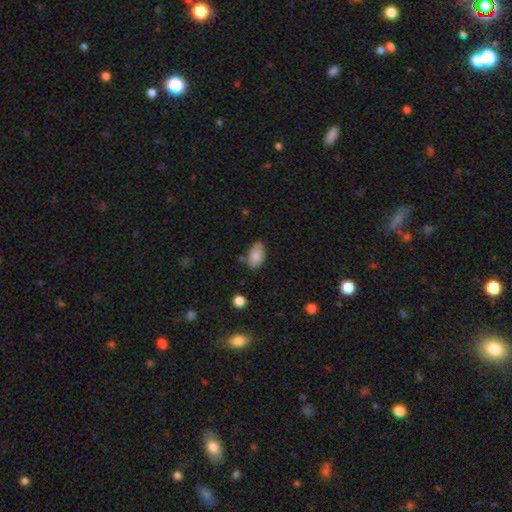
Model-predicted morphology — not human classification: The model was most divided on "merging": none: 71%, minor disturbance: 21%, merger: 4%, major disturbance: 4%. More confident: how rounded — in between (92%); smooth or featured — smooth (84%).